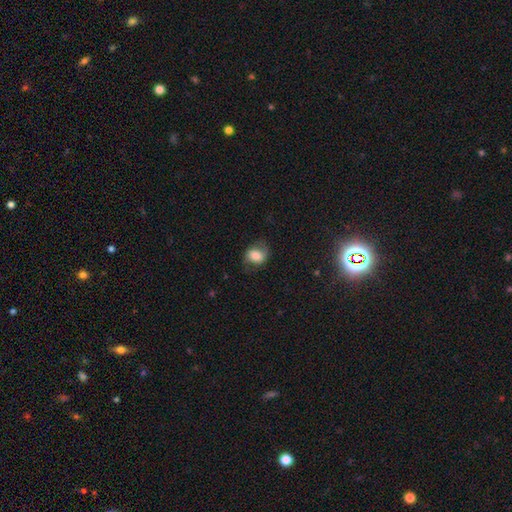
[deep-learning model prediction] Smooth or featured: smooth — 66% (featured or disk — 25%)
How rounded: in between — 54% (round — 45%)
Merging: none — 61% (minor disturbance — 25%)